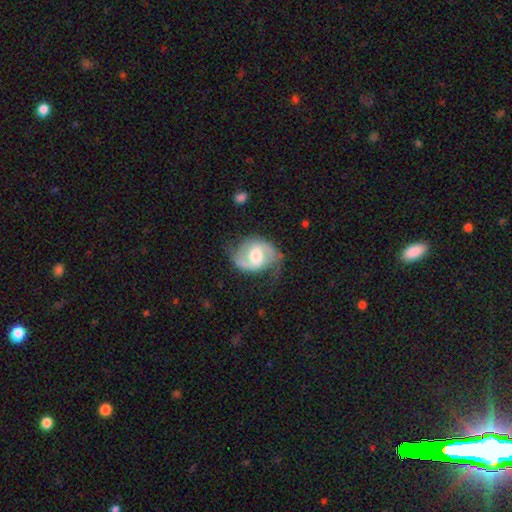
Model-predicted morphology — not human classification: smooth_or_featured: featured or disk (p=0.81) [alt: smooth p=0.13]
disk_edge_on: no (p=0.98) [alt: yes p=0.02]
bar: weak (p=0.53) [alt: no p=0.26]
has_spiral_arms: yes (p=0.94) [alt: no p=0.06]
spiral_winding: medium (p=0.51) [alt: loose p=0.29]
spiral_arm_count: 2 (p=0.89) [alt: can't tell p=0.05]
bulge_size: moderate (p=0.61) [alt: large p=0.21]
merging: none (p=0.64) [alt: minor disturbance p=0.23]